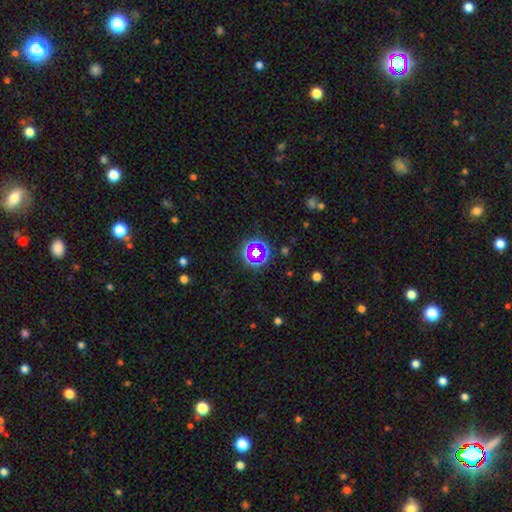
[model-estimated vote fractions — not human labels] smooth_or_featured: smooth (p=0.41) [alt: star or artifact p=0.38]
merging: none (p=0.79) [alt: minor disturbance p=0.12]